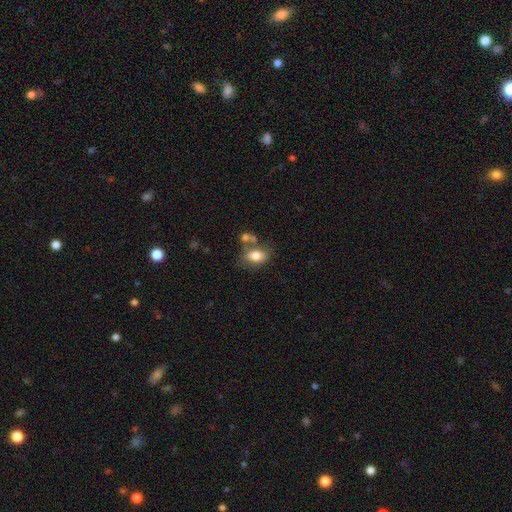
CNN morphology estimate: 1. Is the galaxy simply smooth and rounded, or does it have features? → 75% smooth, 16% featured or disk, 9% star or artifact.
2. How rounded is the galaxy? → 84% in between, 14% round, 2% cigar-shaped.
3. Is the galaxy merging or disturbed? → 49% none, 25% merger, 18% minor disturbance, 8% major disturbance.